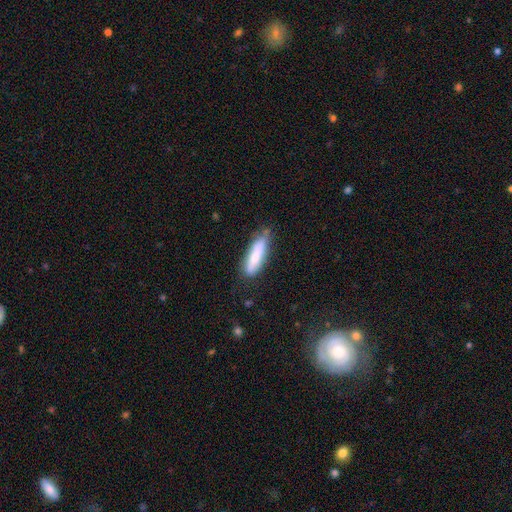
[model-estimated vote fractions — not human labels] smooth_or_featured: smooth (p=0.69) [alt: featured or disk p=0.25]
how_rounded: cigar-shaped (p=0.65) [alt: in between p=0.33]
merging: none (p=0.67) [alt: minor disturbance p=0.25]